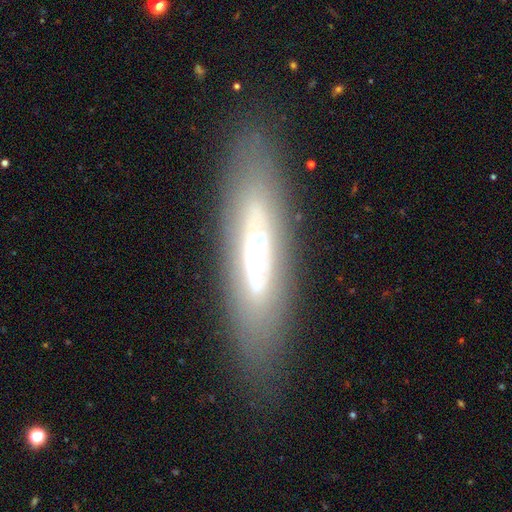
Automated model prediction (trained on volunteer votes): smooth_or_featured: featured or disk (p=0.58) [alt: smooth p=0.31]
disk_edge_on: yes (p=0.57) [alt: no p=0.43]
merging: none (p=0.74) [alt: minor disturbance p=0.15]